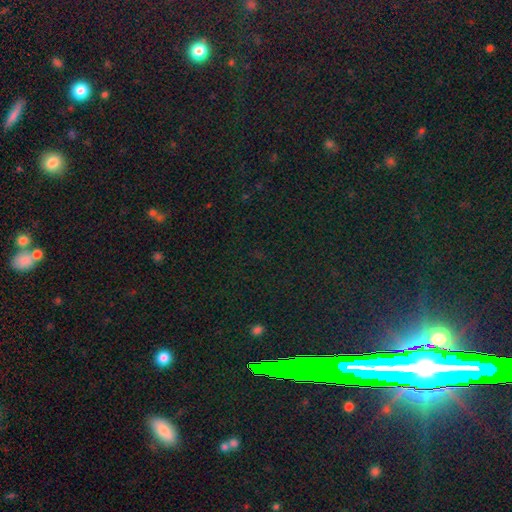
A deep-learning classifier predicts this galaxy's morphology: The model was most divided on "smooth or featured": star or artifact: 81%, smooth: 10%, featured or disk: 9%.